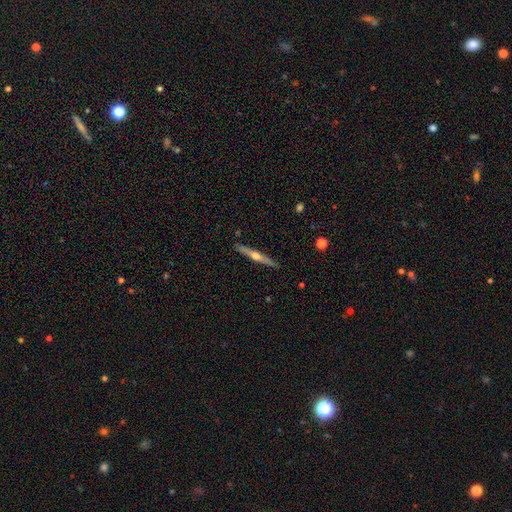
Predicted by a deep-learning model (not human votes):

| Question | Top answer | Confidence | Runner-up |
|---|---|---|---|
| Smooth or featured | featured or disk | 70% | smooth (24%) |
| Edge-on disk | yes | 98% | no (2%) |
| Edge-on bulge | rounded | 90% | none (6%) |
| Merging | none | 91% | minor disturbance (7%) |